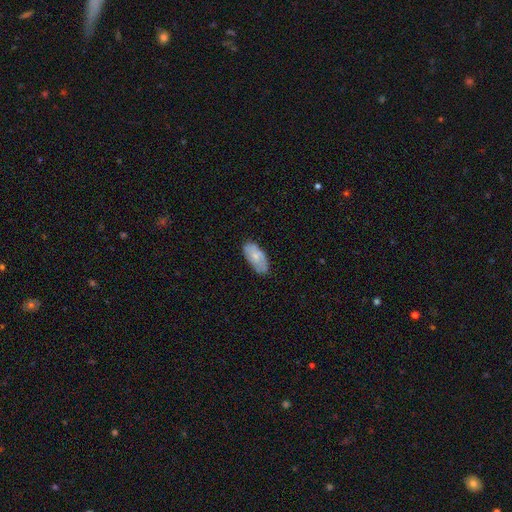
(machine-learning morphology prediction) Q: Smooth or featured?
A: smooth (67%); runner-up: featured or disk (27%)
Q: How rounded?
A: in between (92%); runner-up: cigar-shaped (5%)
Q: Merging?
A: none (74%); runner-up: minor disturbance (21%)